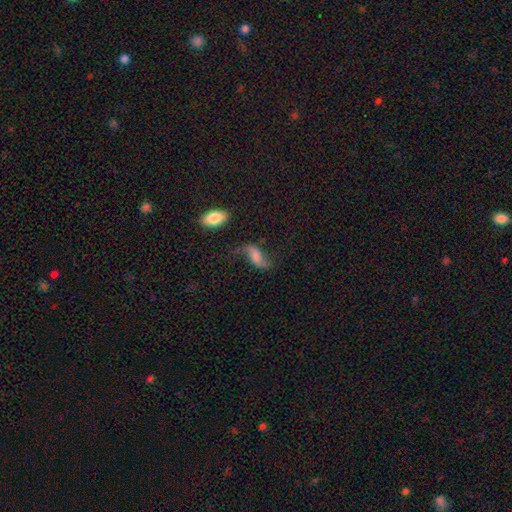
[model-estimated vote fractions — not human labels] Smooth or featured?
  - featured or disk: 62% *
  - smooth: 27%
  - star or artifact: 10%
Edge-on disk?
  - no: 92% *
  - yes: 8%
Bar?
  - no: 47% *
  - weak: 35%
  - strong: 17%
Spiral arms?
  - yes: 91% *
  - no: 9%
Spiral winding?
  - loose: 91% *
  - medium: 7%
  - tight: 2%
Spiral arm count?
  - 2: 92% *
  - 1: 3%
  - can't tell: 2%
  - 3: 1%
  - 4: 1%
  - more than 4: 1%
Bulge size?
  - none: 39% *
  - small: 24%
  - moderate: 20%
  - large: 12%
  - dominant: 4%
Merging?
  - none: 61% *
  - minor disturbance: 20%
  - major disturbance: 14%
  - merger: 5%